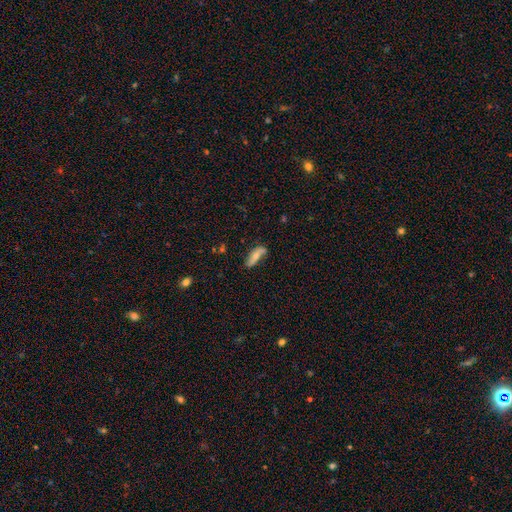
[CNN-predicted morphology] smooth_or_featured: smooth (p=0.52) [alt: featured or disk p=0.41]
how_rounded: in between (p=0.61) [alt: cigar-shaped p=0.35]
merging: none (p=0.60) [alt: minor disturbance p=0.27]